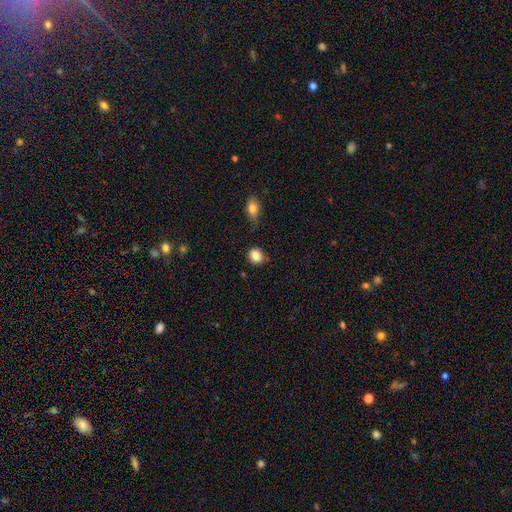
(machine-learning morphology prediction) This appears to be a smooth galaxy with no disk features (86%) that is round (70%). Merging: none (80%).